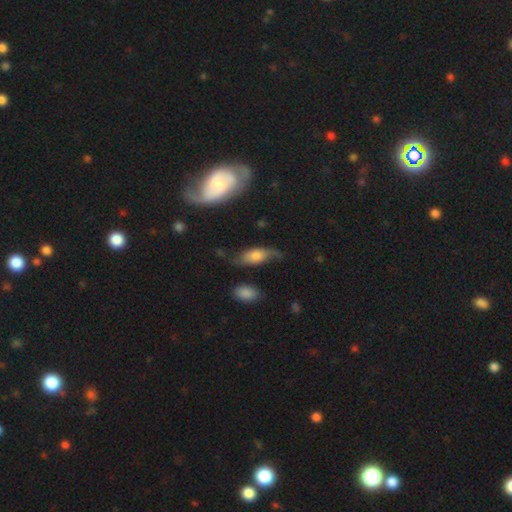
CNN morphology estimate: A smooth galaxy with no disk features (54%) that is in between round and cigar-shaped (76%). Merging: none (51%).